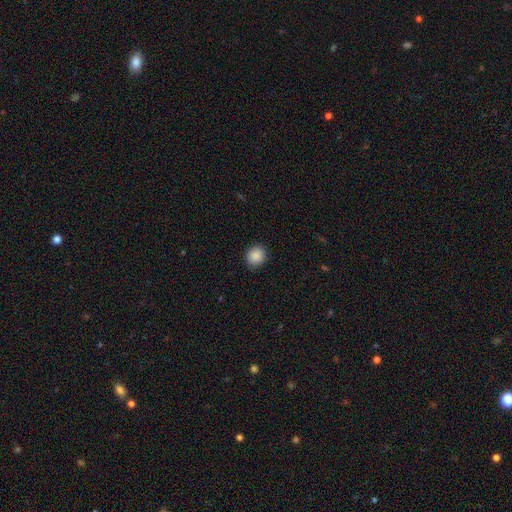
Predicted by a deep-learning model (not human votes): Q: Smooth or featured?
A: smooth (88%); runner-up: star or artifact (9%)
Q: How rounded?
A: round (81%); runner-up: in between (18%)
Q: Merging?
A: none (89%); runner-up: minor disturbance (8%)